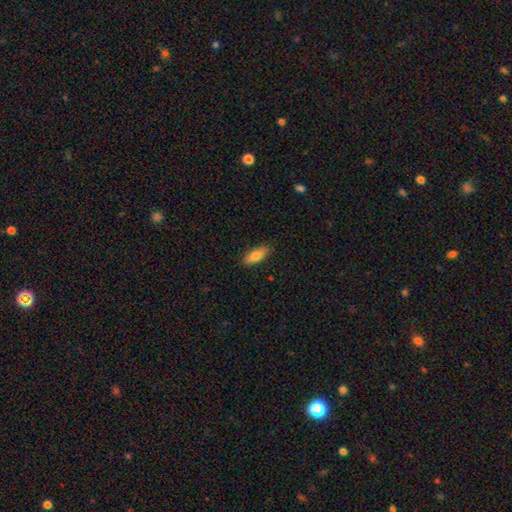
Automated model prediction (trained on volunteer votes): The model was most divided on "how rounded": in between: 70%, cigar-shaped: 28%, round: 2%. More confident: merging — none (86%); smooth or featured — smooth (84%).